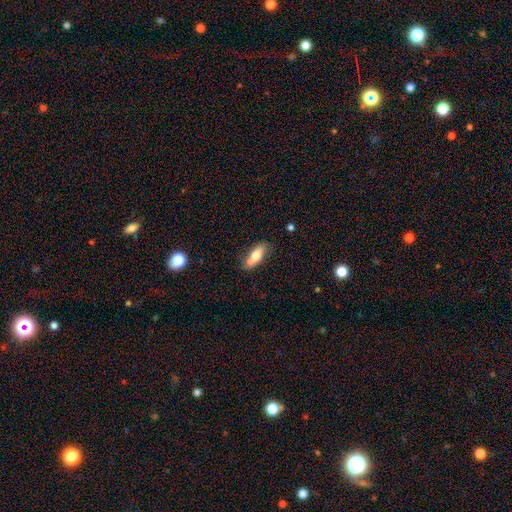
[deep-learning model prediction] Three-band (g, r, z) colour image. It shows a smooth galaxy with no disk features (69%) that is in between round and cigar-shaped (72%). Merging: none (67%).